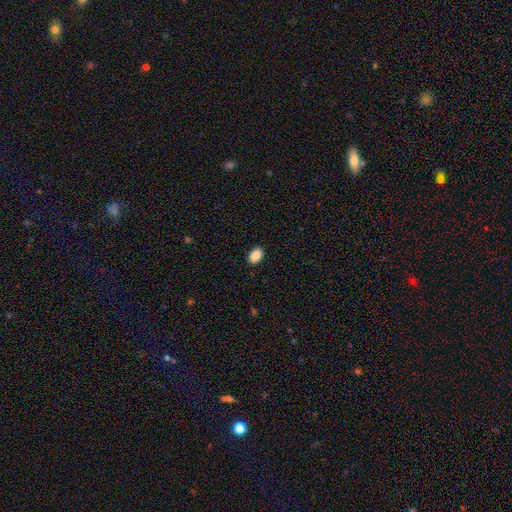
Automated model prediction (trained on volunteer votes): This appears to be a smooth galaxy with no disk features (89%) that is in between round and cigar-shaped (86%). Merging: none (90%).